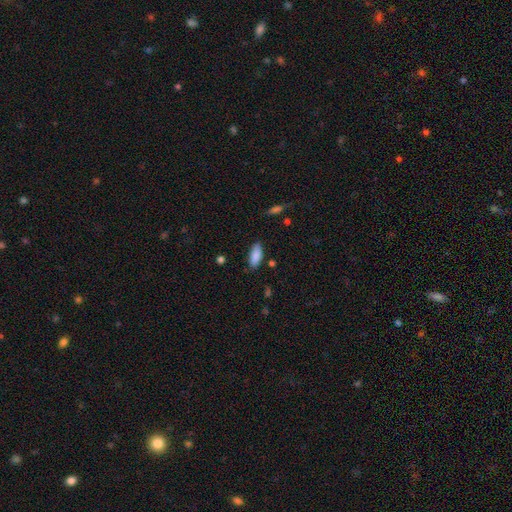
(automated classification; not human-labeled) Morphology: type=smooth (87%); roundness=in between (80%); merging=none (83%).